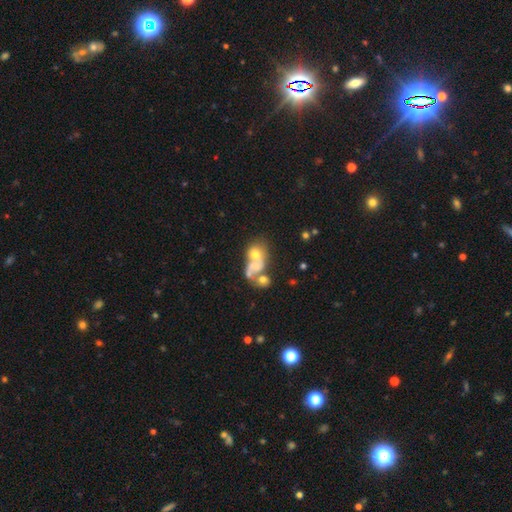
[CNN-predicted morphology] This appears to be a smooth galaxy with no disk features (46%). Merging: merger (54%).